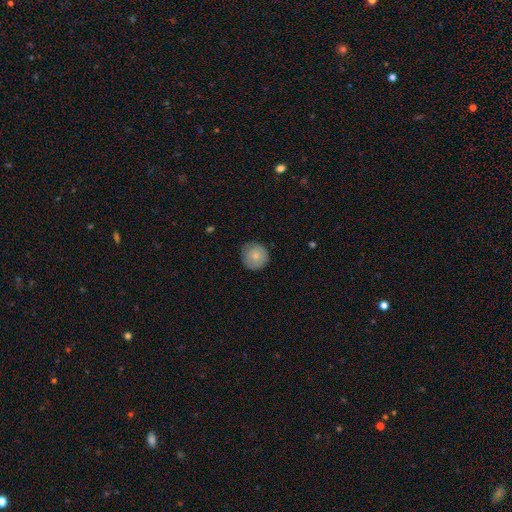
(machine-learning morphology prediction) Smooth or featured? smooth (81%)
How rounded? round (94%)
Merging? none (83%)